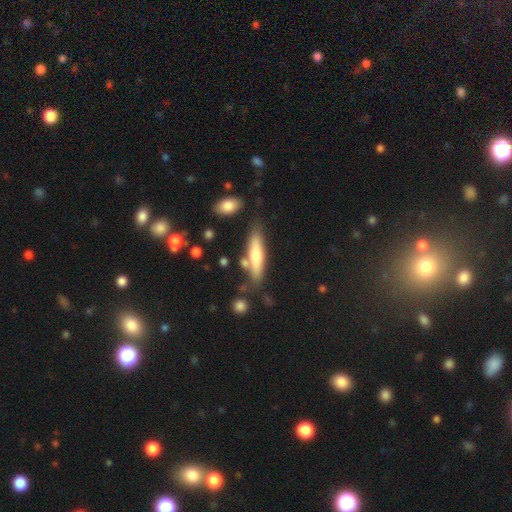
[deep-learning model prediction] smooth_or_featured: smooth (p=0.58) [alt: featured or disk p=0.35]
how_rounded: cigar-shaped (p=0.79) [alt: in between p=0.19]
merging: none (p=0.74) [alt: minor disturbance p=0.15]